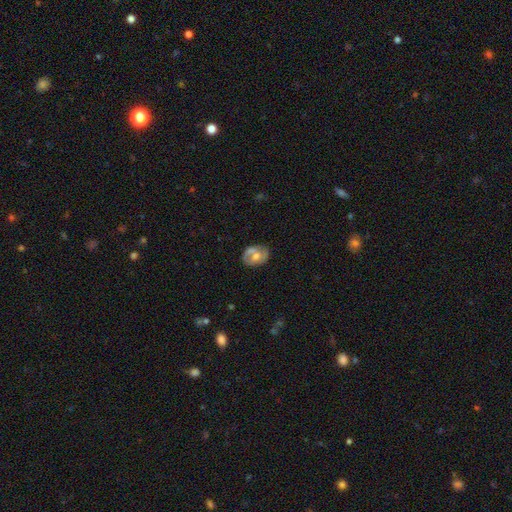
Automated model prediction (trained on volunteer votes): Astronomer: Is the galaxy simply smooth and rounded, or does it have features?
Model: featured or disk — 51% (runner-up: smooth, 42%).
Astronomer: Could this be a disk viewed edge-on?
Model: no — 96%.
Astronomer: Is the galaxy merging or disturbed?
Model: none — 61%.